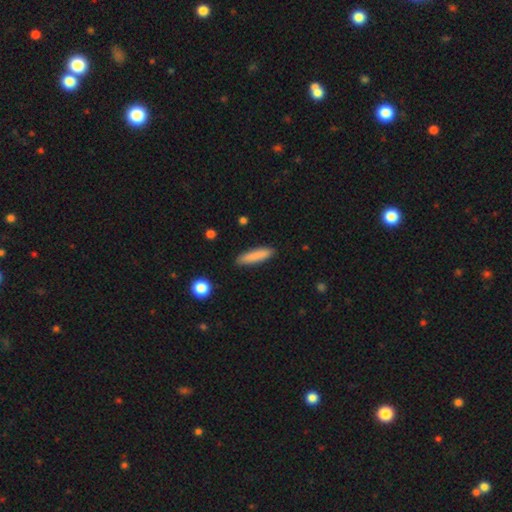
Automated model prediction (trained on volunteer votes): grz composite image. It shows a smooth galaxy with no disk features (84%) that is cigar-shaped (79%). Merging: none (89%).